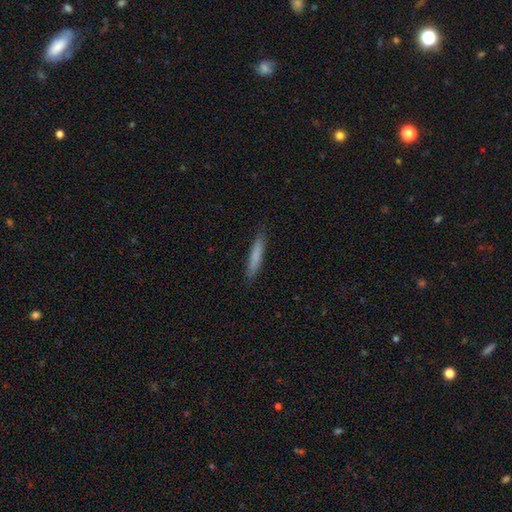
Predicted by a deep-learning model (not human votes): smooth 79%, featured or disk 15%, star or artifact 6%. Down the decision tree: how rounded — cigar-shaped (92%); merging — none (87%).